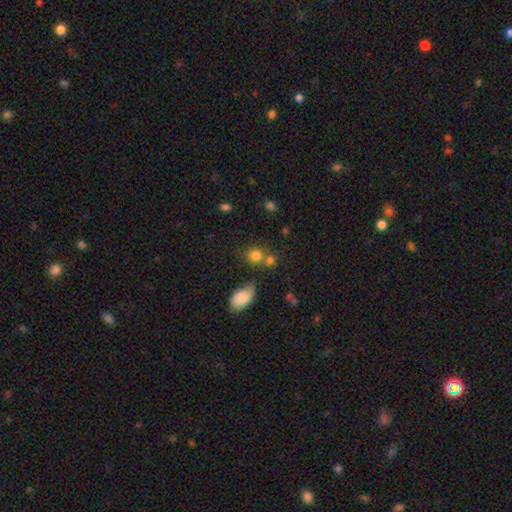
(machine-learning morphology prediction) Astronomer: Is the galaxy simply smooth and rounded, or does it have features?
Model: smooth — 78%.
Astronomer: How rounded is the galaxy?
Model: round — 78%.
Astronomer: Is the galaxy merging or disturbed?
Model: none — 55%.